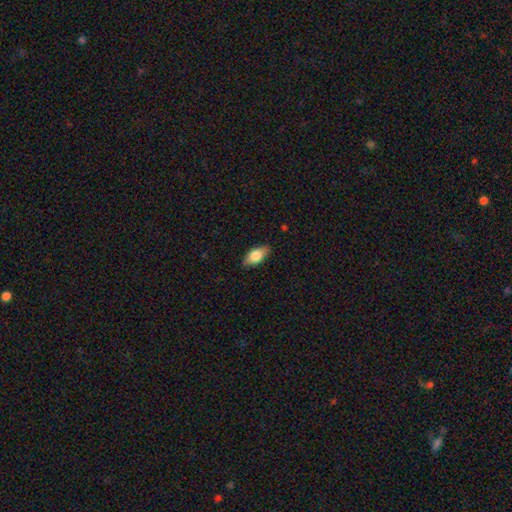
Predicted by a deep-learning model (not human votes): smooth 76%, featured or disk 18%, star or artifact 7%. Down the decision tree: how rounded — in between (88%); merging — none (85%).